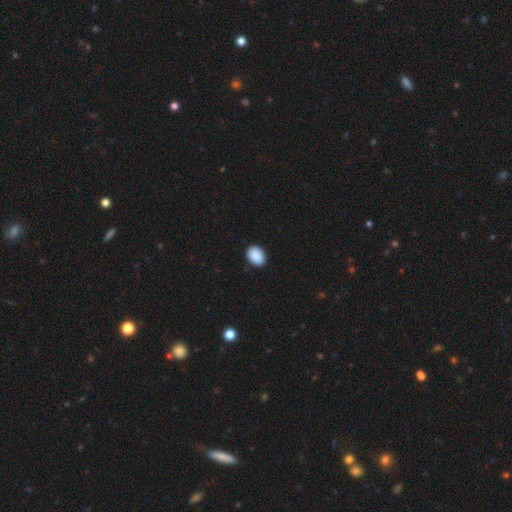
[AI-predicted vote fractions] This is clearly a smooth galaxy (91%). How rounded: likely in between (74%). Merging: clearly none (90%).